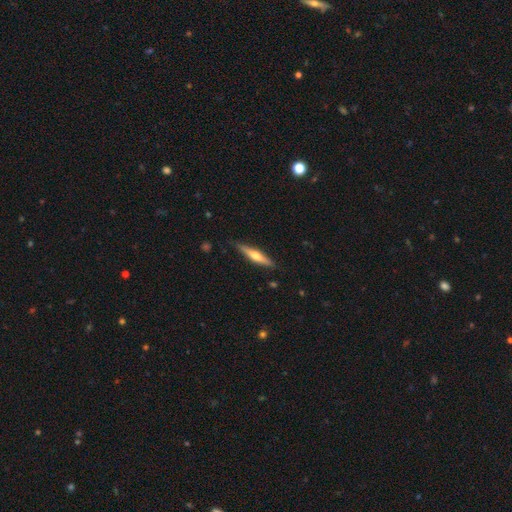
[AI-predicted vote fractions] Overall: featured or disk (53%; smooth 42%). Edge-on disk: yes (95%). Edge-on bulge: rounded (88%). Merging: none (85%).